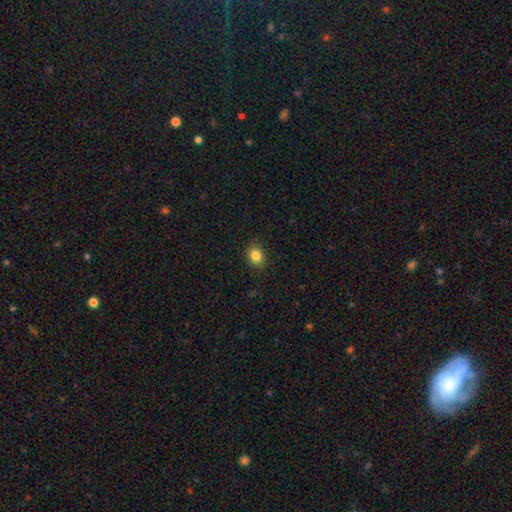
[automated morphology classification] This is clearly a smooth galaxy (84%). How rounded: possibly round (58%). Merging: clearly none (86%).